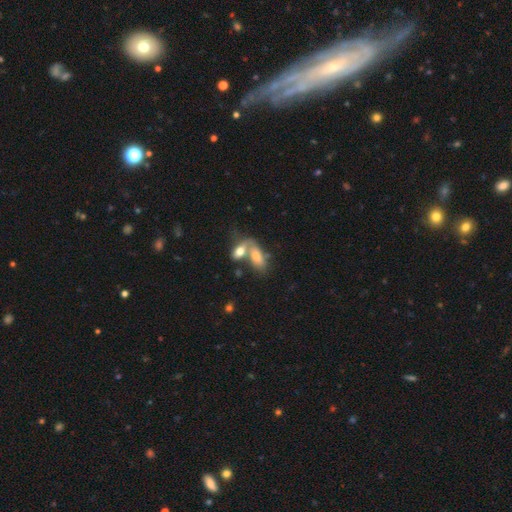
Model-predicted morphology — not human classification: A smooth galaxy with no disk features (61%) that is in between round and cigar-shaped (82%).

Vote fractions:
- Smooth or featured? smooth: 61% / featured or disk: 28% / star or artifact: 11%
- How rounded? in between: 82% / cigar-shaped: 10% / round: 7%
- Merging? merger: 62% / none: 24% / minor disturbance: 9% / major disturbance: 6%